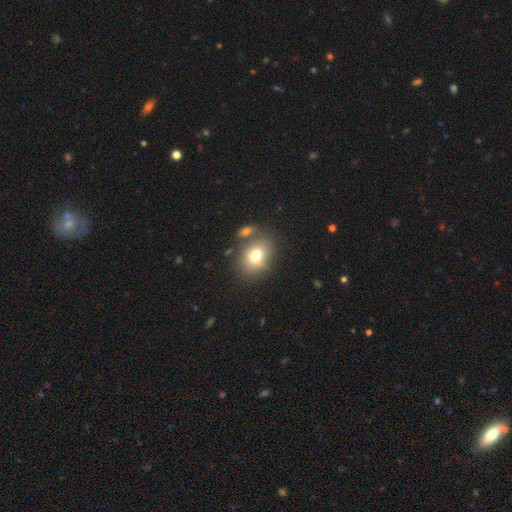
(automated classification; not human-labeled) A smooth galaxy with no disk features (74%) that is in between round and cigar-shaped (57%). Merging: none (67%).